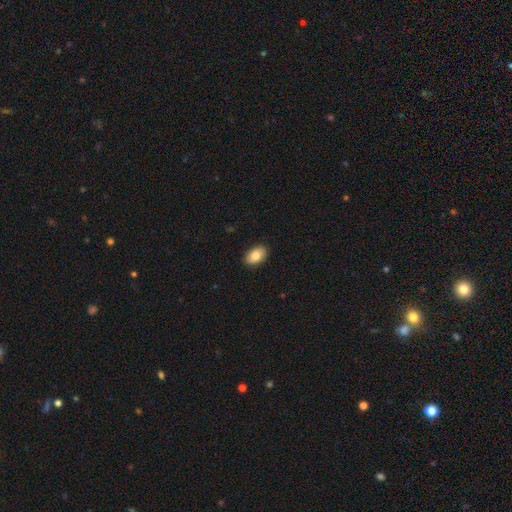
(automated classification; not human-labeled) Smooth or featured: smooth — 87% (star or artifact — 7%)
How rounded: in between — 92% (round — 7%)
Merging: none — 89% (minor disturbance — 8%)